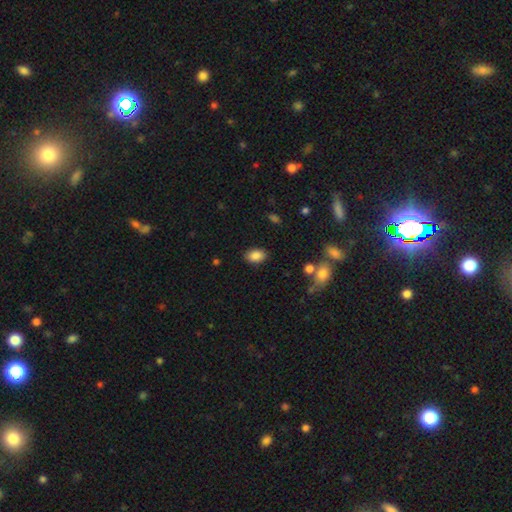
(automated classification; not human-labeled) A smooth galaxy with no disk features (86%) that is in between round and cigar-shaped (87%).

Vote fractions:
- Smooth or featured? smooth: 86% / star or artifact: 8% / featured or disk: 6%
- How rounded? in between: 87% / round: 12% / cigar-shaped: 1%
- Merging? none: 86% / minor disturbance: 10% / major disturbance: 3% / merger: 2%